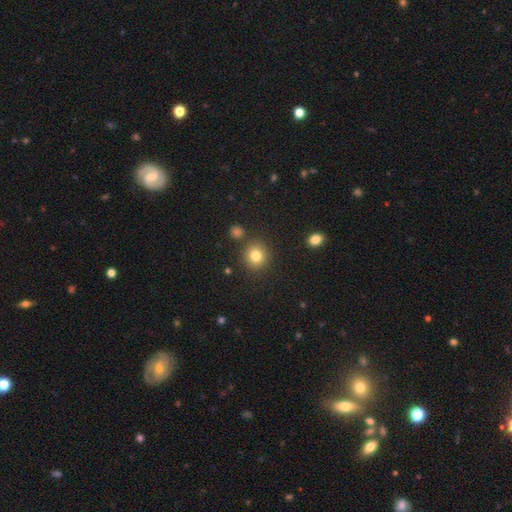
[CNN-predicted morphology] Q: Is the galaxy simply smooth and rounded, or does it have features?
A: smooth — 81%.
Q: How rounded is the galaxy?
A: round — 88%.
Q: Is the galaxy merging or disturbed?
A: none — 85%.